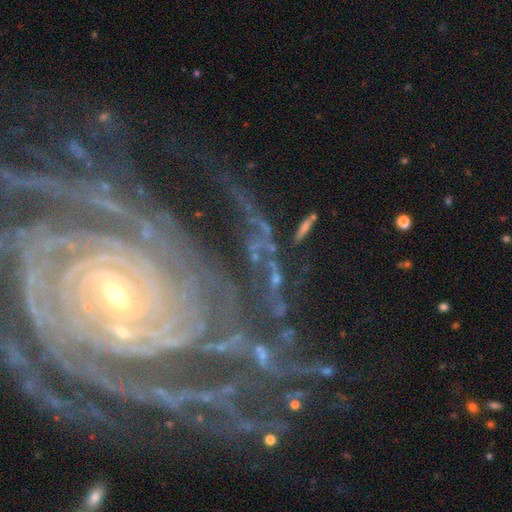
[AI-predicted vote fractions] Smooth or featured? featured or disk (51%)
Edge-on disk? no (72%)
Merging? none (54%)